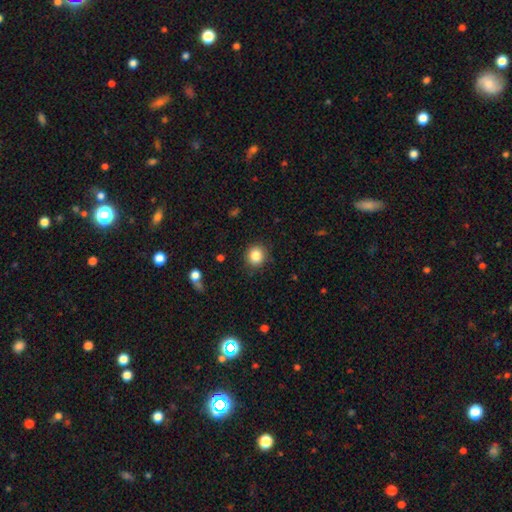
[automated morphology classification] smooth 84%, star or artifact 10%, featured or disk 6%. Down the decision tree: how rounded — round (83%); merging — none (88%).